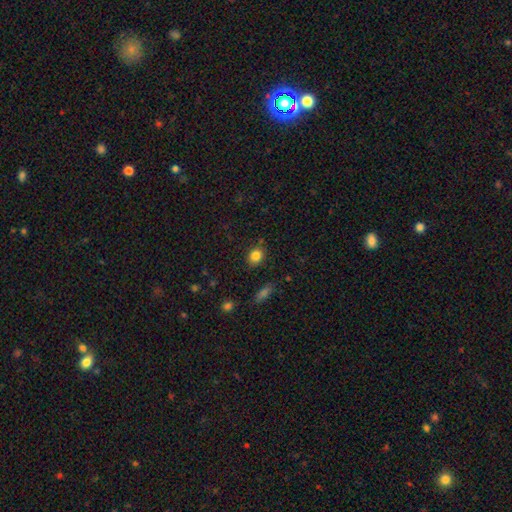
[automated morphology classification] Smooth or featured?
  - smooth: 83% *
  - star or artifact: 11%
  - featured or disk: 6%
How rounded?
  - round: 60% *
  - in between: 39%
  - cigar-shaped: 1%
Merging?
  - none: 83% *
  - minor disturbance: 11%
  - major disturbance: 3%
  - merger: 3%